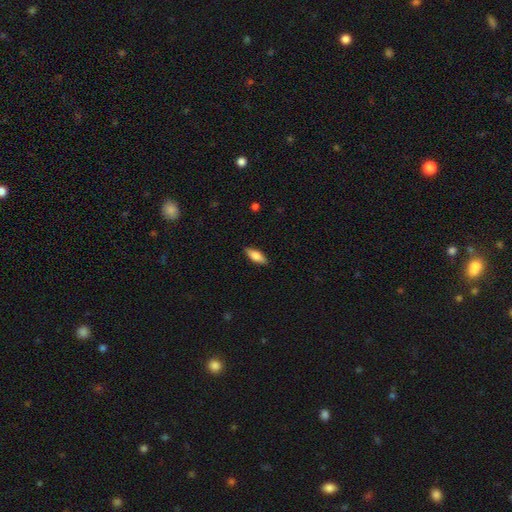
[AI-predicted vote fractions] Smooth or featured: smooth — 71% (featured or disk — 23%)
How rounded: in between — 69% (cigar-shaped — 28%)
Merging: none — 88% (minor disturbance — 9%)